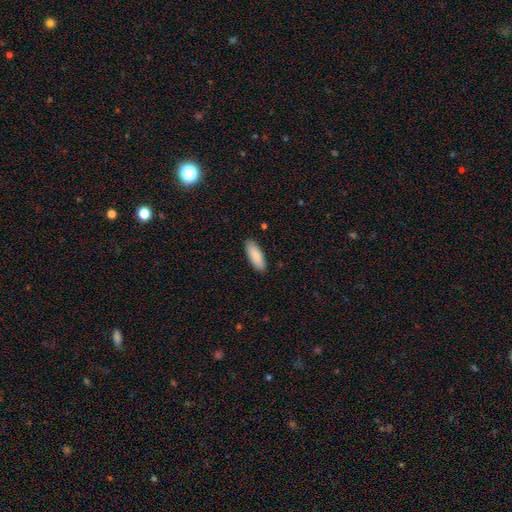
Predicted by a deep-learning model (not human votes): A smooth galaxy with no disk features (89%) that is in between round and cigar-shaped (74%). Merging: none (88%).